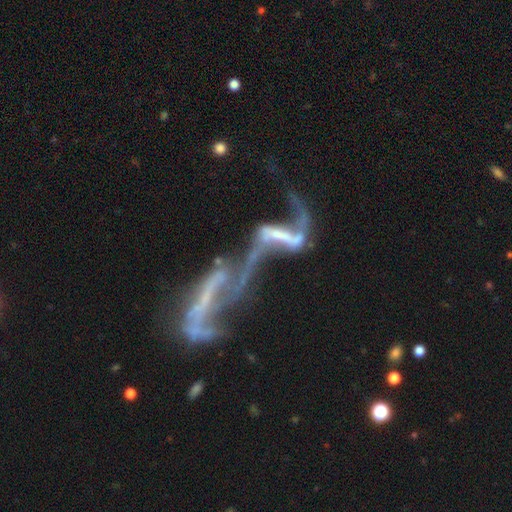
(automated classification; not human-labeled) Morphology: type=featured or disk (75%); edge-on=no (89%); bar=no (49%); spiral arms=yes (51%); bulge=none (61%); merging=merger (66%).